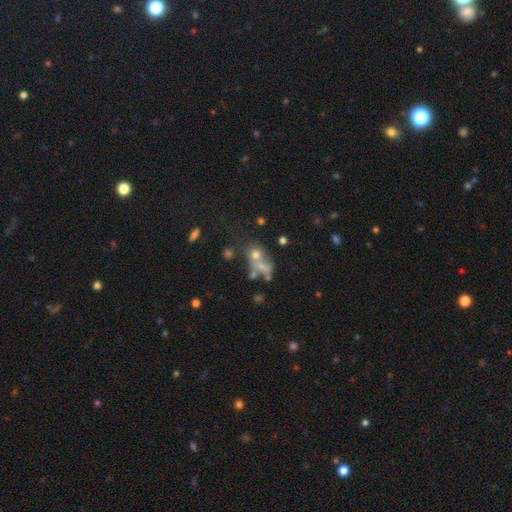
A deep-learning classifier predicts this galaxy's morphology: A smooth galaxy with no disk features (38%).

Vote fractions:
- Smooth or featured? smooth: 38% / star or artifact: 32% / featured or disk: 30%
- Merging? merger: 38% / none: 35% / major disturbance: 15% / minor disturbance: 12%